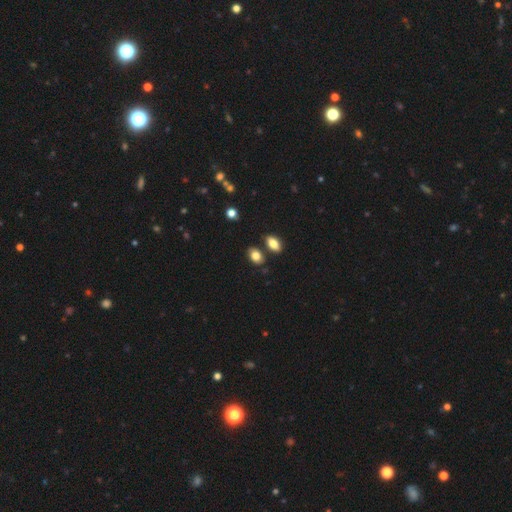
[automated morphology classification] A smooth galaxy with no disk features (83%) that is in between round and cigar-shaped (82%).

Vote fractions:
- Smooth or featured? smooth: 83% / star or artifact: 9% / featured or disk: 8%
- How rounded? in between: 82% / round: 16% / cigar-shaped: 2%
- Merging? none: 73% / minor disturbance: 12% / merger: 11% / major disturbance: 3%